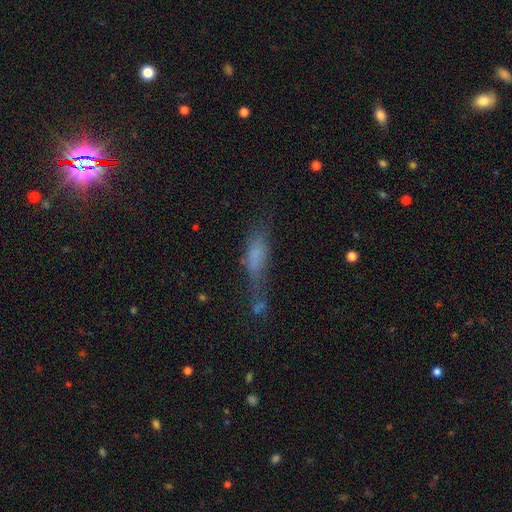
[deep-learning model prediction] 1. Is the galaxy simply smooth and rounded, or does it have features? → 59% smooth, 27% featured or disk, 14% star or artifact.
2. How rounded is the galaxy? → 58% cigar-shaped, 38% in between, 4% round.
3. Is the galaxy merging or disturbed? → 33% none, 26% major disturbance, 24% minor disturbance, 16% merger.